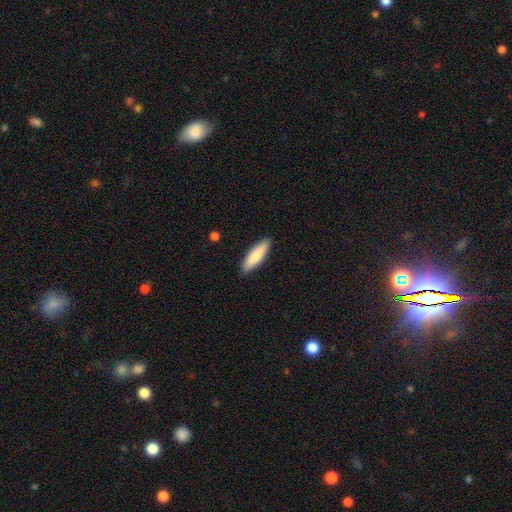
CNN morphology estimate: smooth-or-featured: smooth: 84% | featured or disk: 11% | star or artifact: 5%
  how-rounded: cigar-shaped: 56% | in between: 43% | round: 1%
  merging: none: 89% | minor disturbance: 9% | major disturbance: 2% | merger: 1%